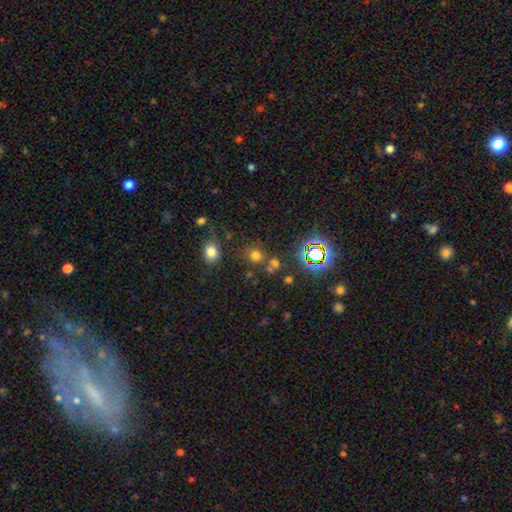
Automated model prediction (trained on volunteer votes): Smooth or featured? Predicted: smooth (p=0.64). How rounded? Predicted: round (p=0.82). Merging? Predicted: none (p=0.70).